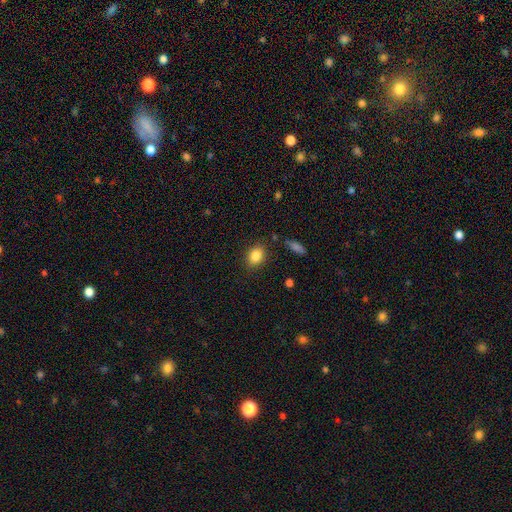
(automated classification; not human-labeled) This is clearly a smooth galaxy (85%). How rounded: likely in between (61%). Merging: clearly none (82%).